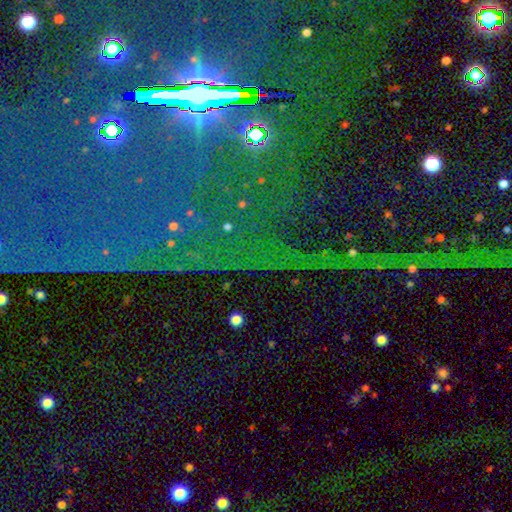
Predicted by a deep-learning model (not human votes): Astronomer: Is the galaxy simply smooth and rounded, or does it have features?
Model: star or artifact — 81%.